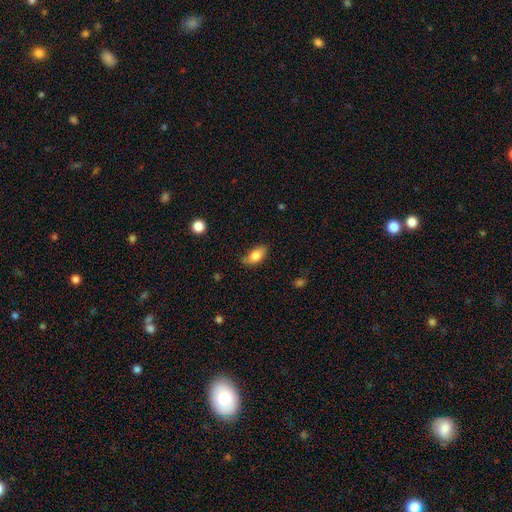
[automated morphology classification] Overall: smooth (82%). How rounded: in between (88%). Merging: none (73%).